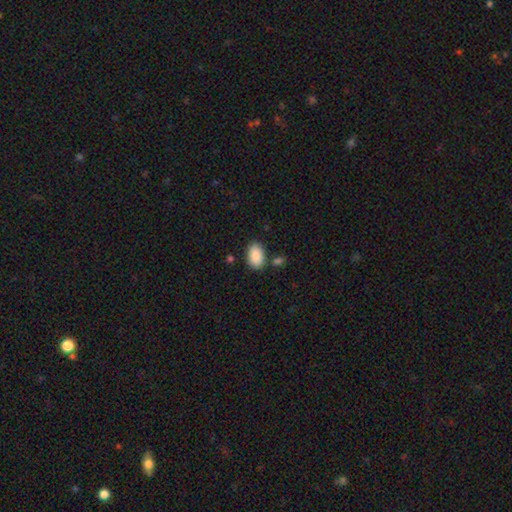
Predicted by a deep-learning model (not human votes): Q: Smooth or featured?
A: smooth (90%); runner-up: star or artifact (6%)
Q: How rounded?
A: in between (92%); runner-up: round (7%)
Q: Merging?
A: none (79%); runner-up: minor disturbance (12%)